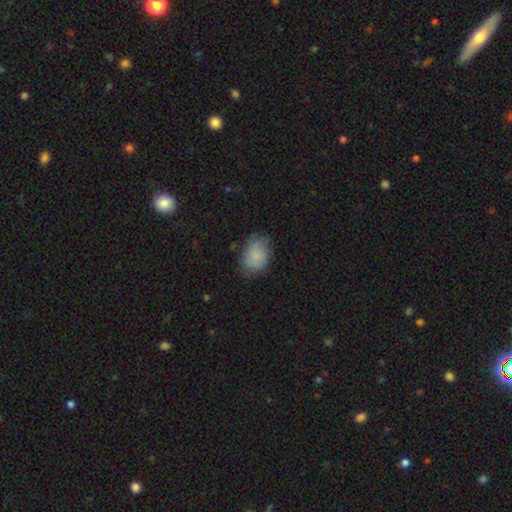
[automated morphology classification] The model was most divided on "merging": none: 69%, minor disturbance: 24%, major disturbance: 6%, merger: 1%. More confident: smooth or featured — smooth (80%); how rounded — in between (79%).